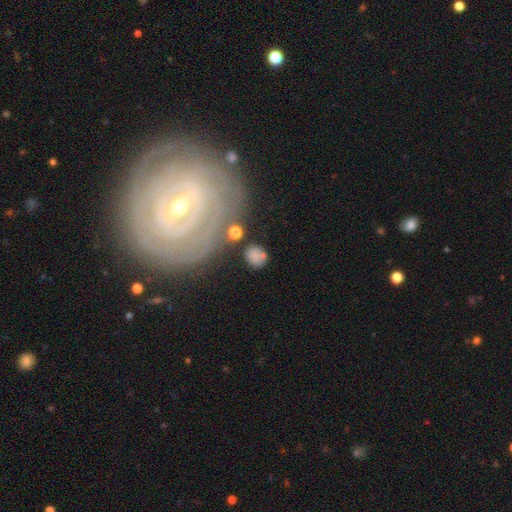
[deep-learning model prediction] This is likely a smooth galaxy (75%). How rounded: likely round (76%). Merging: likely none (64%).